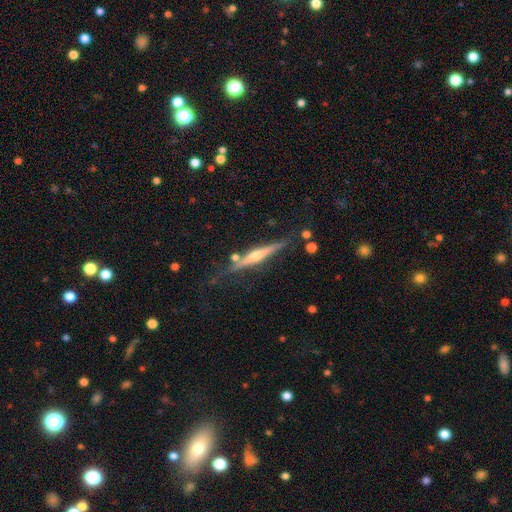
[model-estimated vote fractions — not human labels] Smooth or featured: featured or disk — 73% (smooth — 20%)
Edge-on disk: yes — 97% (no — 3%)
Edge-on bulge: rounded — 85% (none — 9%)
Merging: none — 77% (minor disturbance — 14%)